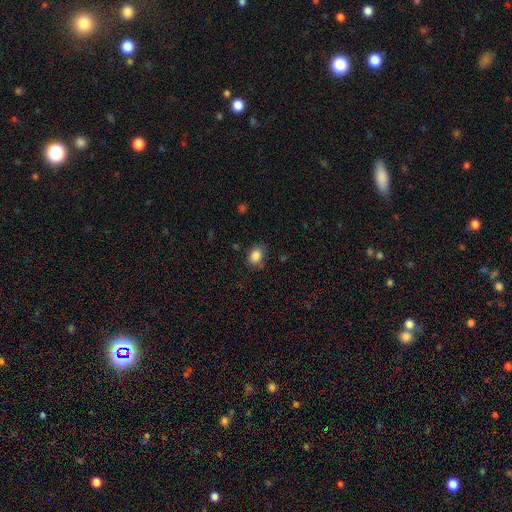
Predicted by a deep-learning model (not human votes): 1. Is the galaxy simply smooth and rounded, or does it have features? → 86% smooth, 9% star or artifact, 5% featured or disk.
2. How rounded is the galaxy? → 55% in between, 44% round, 1% cigar-shaped.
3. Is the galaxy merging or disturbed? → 76% none, 18% minor disturbance, 4% major disturbance, 2% merger.